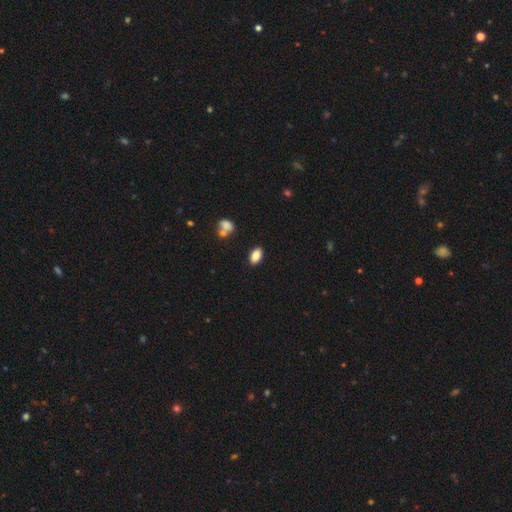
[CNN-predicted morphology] This is clearly a smooth galaxy (83%). How rounded: clearly in between (90%). Merging: clearly none (87%).